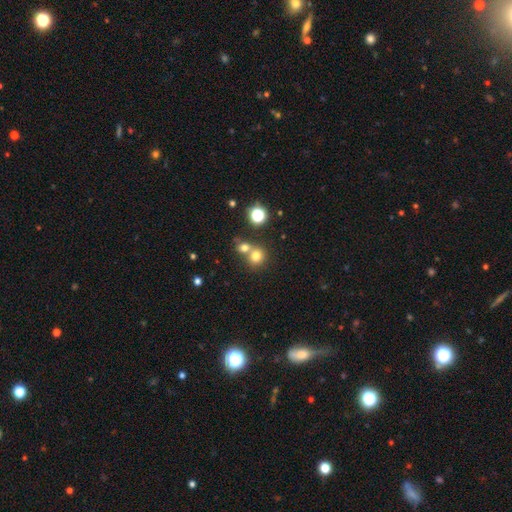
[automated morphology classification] A smooth galaxy with no disk features (74%) that is round (83%). Merging: none (48%).